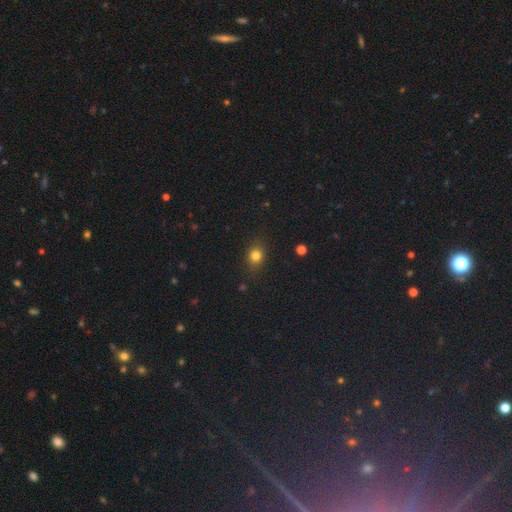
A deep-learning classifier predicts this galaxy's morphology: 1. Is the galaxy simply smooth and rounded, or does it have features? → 79% smooth, 14% star or artifact, 7% featured or disk.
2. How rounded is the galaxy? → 57% round, 41% in between, 2% cigar-shaped.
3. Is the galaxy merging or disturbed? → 83% none, 12% minor disturbance, 3% major disturbance, 1% merger.